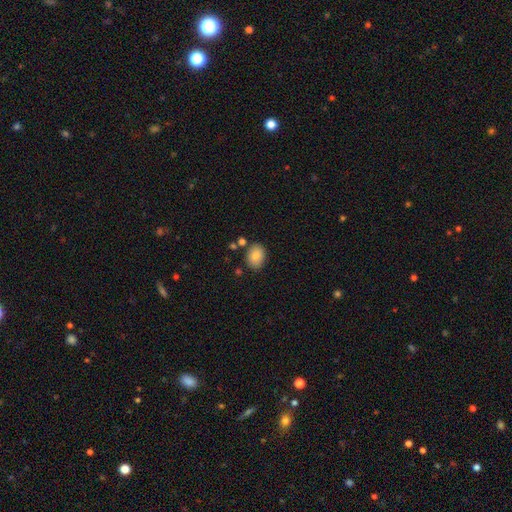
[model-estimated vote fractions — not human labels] This appears to be a smooth galaxy with no disk features (84%) that is in between round and cigar-shaped (67%). Merging: none (80%).